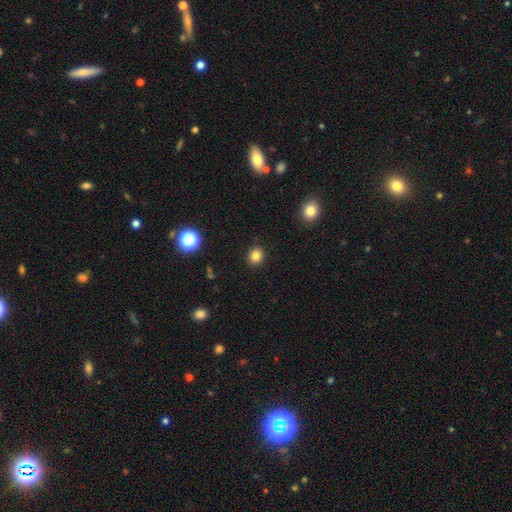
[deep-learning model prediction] Smooth or featured? Predicted: smooth (p=0.83). How rounded? Predicted: round (p=0.82). Merging? Predicted: none (p=0.91).